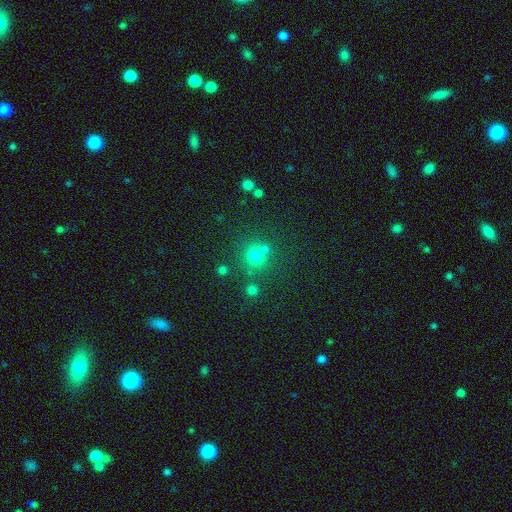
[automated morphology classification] smooth 74%, star or artifact 19%, featured or disk 8%. Down the decision tree: how rounded — round (90%); merging — none (68%).